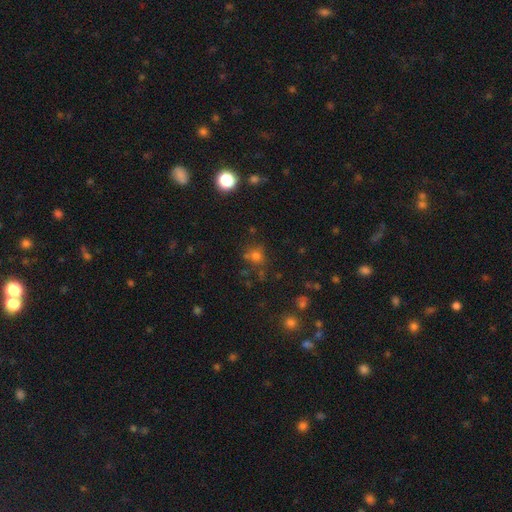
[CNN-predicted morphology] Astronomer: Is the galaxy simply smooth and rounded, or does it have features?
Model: smooth — 70%.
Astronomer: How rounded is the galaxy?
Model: round — 84%.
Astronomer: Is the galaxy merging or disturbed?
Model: none — 67%.